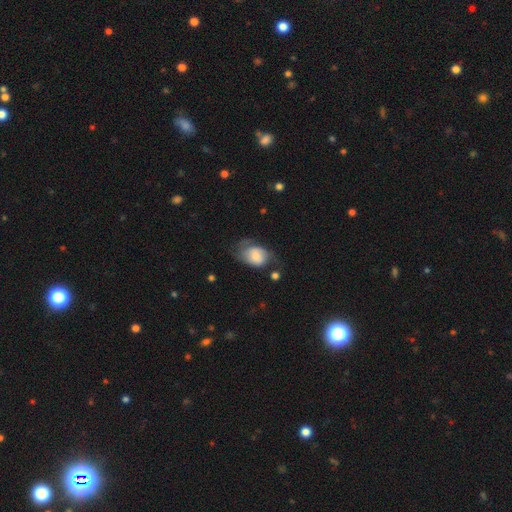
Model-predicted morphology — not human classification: smooth-or-featured: smooth: 57% | featured or disk: 35% | star or artifact: 7%
  how-rounded: in between: 70% | round: 28% | cigar-shaped: 1%
  merging: none: 37% | minor disturbance: 32% | major disturbance: 28% | merger: 3%